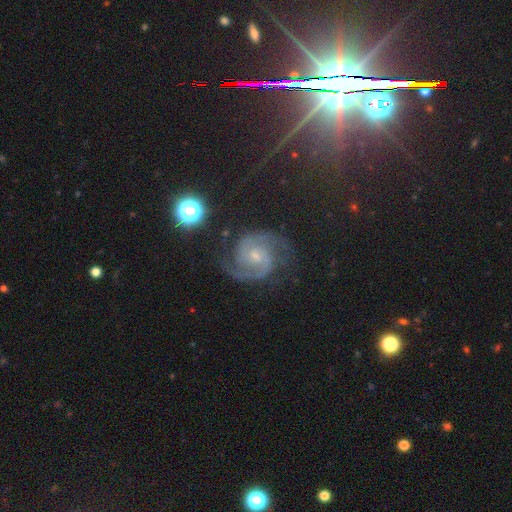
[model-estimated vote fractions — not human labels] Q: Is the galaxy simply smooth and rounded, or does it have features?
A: featured or disk — 86%.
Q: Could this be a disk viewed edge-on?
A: no — 98%.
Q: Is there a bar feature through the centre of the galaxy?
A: no — 49%.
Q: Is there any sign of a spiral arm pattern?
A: yes — 98%.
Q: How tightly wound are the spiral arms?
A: medium — 56%.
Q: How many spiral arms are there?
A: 2 — 89%.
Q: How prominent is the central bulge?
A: small — 59%.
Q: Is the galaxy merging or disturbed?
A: none — 76%.